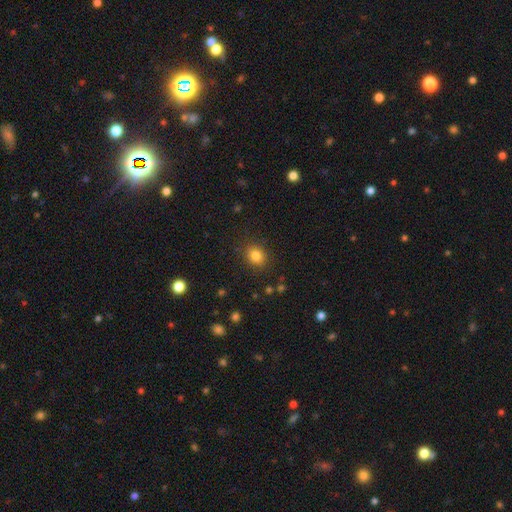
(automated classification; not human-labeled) This appears to be a smooth galaxy with no disk features (81%) that is round (68%). Merging: none (87%).